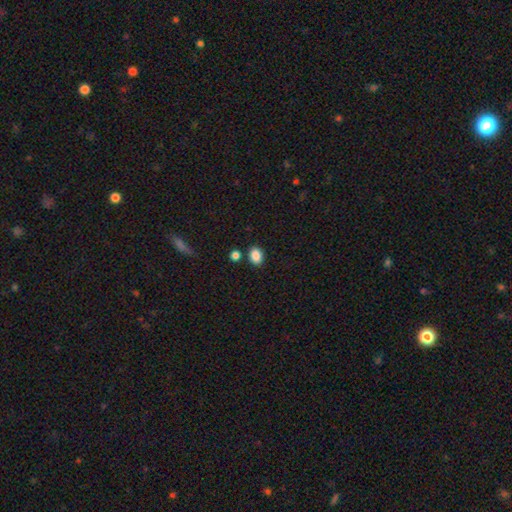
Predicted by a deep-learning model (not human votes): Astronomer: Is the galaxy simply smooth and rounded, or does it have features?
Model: smooth — 87%.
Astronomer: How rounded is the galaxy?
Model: in between — 66%.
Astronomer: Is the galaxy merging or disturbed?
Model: none — 82%.